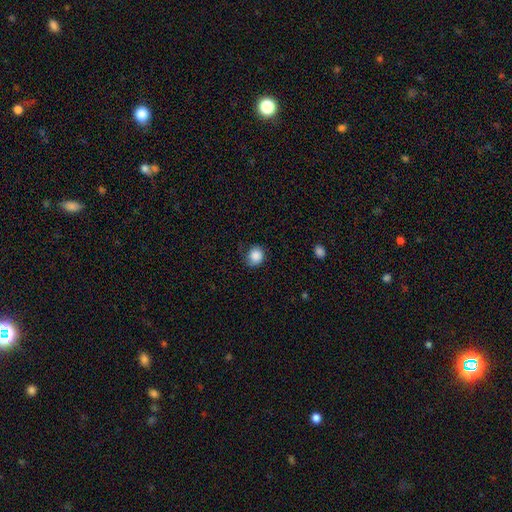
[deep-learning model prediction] This appears to be a smooth galaxy with no disk features (87%) that is round (77%). Merging: none (67%).